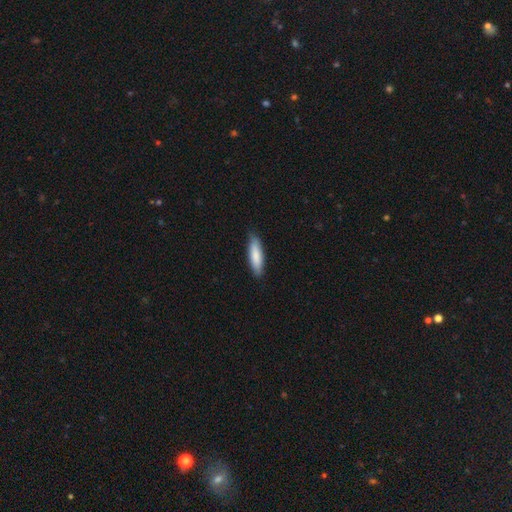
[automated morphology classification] Smooth or featured? Predicted: smooth (p=0.83). How rounded? Predicted: cigar-shaped (p=0.64). Merging? Predicted: none (p=0.84).